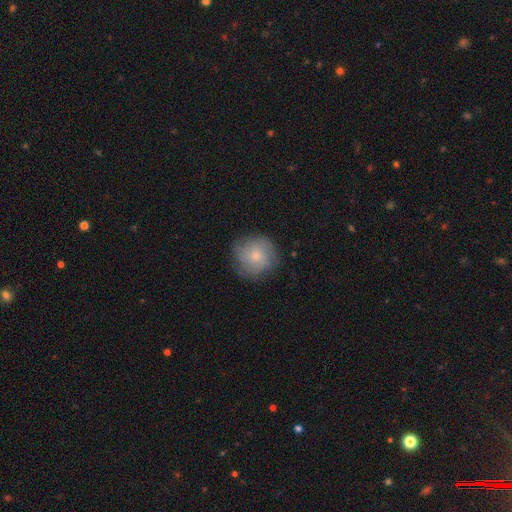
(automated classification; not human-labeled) Smooth or featured: smooth — 62% (featured or disk — 29%)
How rounded: round — 91% (in between — 8%)
Merging: none — 77% (minor disturbance — 16%)